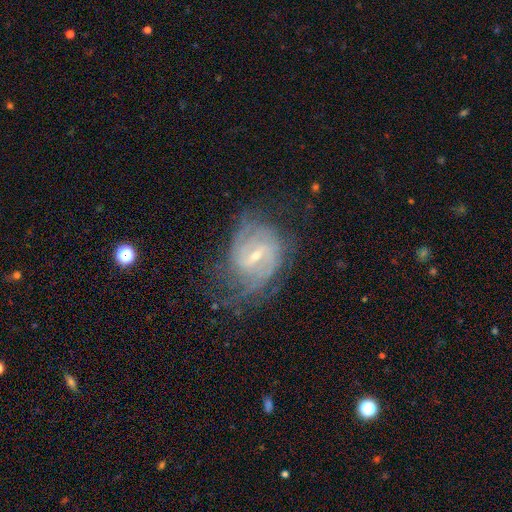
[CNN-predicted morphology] A featured or disk galaxy (84%) with a weak bar (56%), 2 (43%) tight (49%) spiral arms (94%) and a small central bulge (67%). Merging: none (62%).